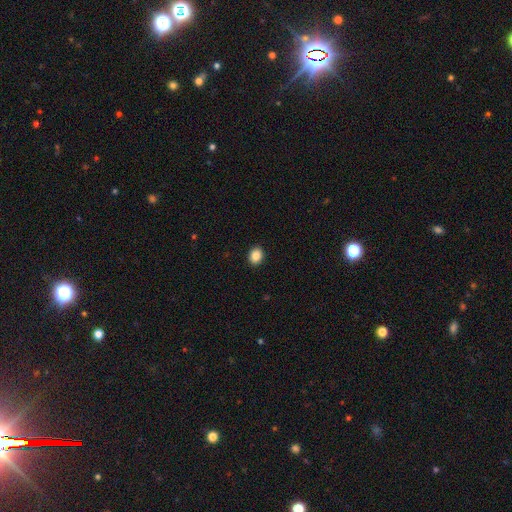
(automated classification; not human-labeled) The model was most divided on "how rounded": in between: 51%, round: 48%, cigar-shaped: 1%. More confident: merging — none (92%); smooth or featured — smooth (86%).